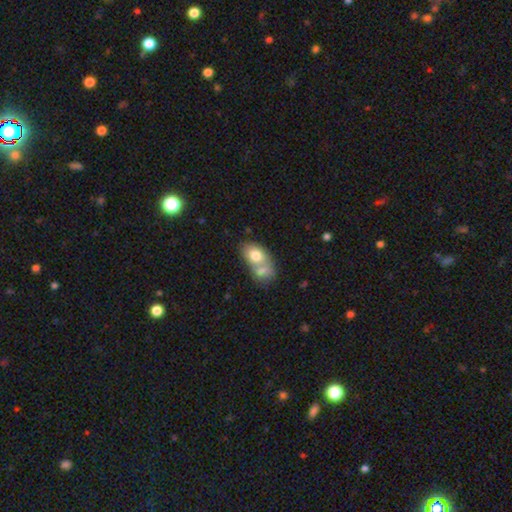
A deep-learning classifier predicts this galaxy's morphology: smooth 74%, featured or disk 18%, star or artifact 7%. Down the decision tree: how rounded — in between (82%); merging — merger (62%).